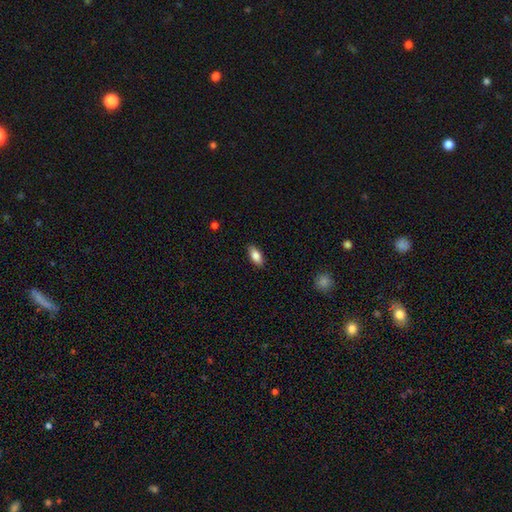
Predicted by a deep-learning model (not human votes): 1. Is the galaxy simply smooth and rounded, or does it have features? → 84% smooth, 10% featured or disk, 7% star or artifact.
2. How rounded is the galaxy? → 87% in between, 10% cigar-shaped, 3% round.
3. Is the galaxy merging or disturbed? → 88% none, 9% minor disturbance, 2% major disturbance, 1% merger.